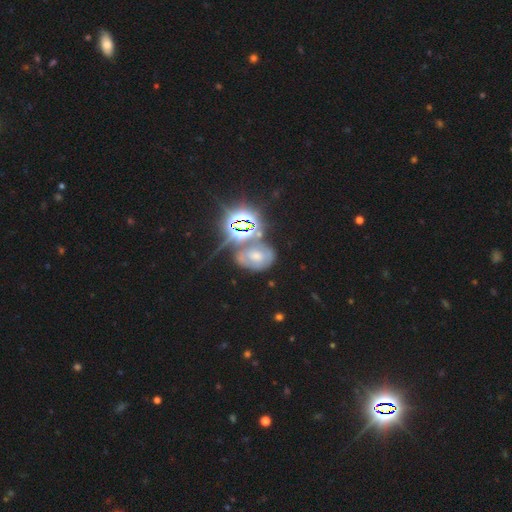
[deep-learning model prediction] A featured or disk galaxy (37%).

Vote fractions:
- Smooth or featured? featured or disk: 37% / star or artifact: 34% / smooth: 29%
- Merging? none: 44% / minor disturbance: 21% / major disturbance: 19% / merger: 17%